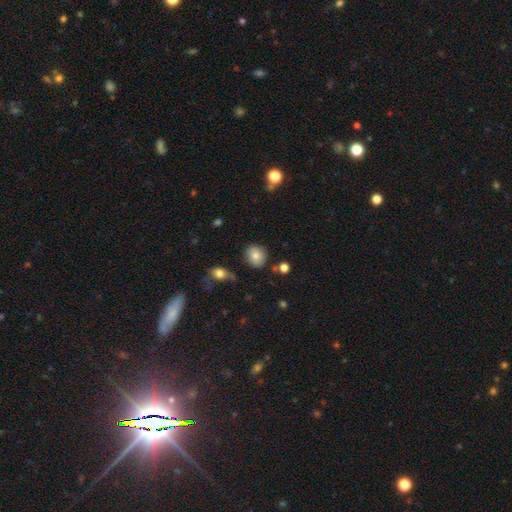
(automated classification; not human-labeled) The model was most divided on "how rounded": round: 74%, in between: 25%, cigar-shaped: 1%. More confident: merging — none (81%); smooth or featured — smooth (78%).